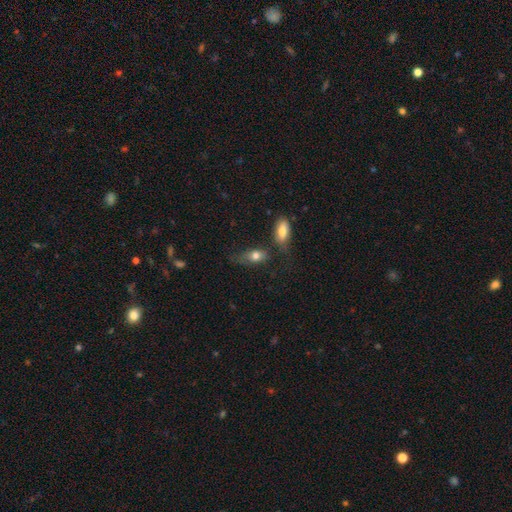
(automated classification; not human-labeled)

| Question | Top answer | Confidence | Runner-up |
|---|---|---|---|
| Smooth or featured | smooth | 77% | featured or disk (15%) |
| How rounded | in between | 83% | round (9%) |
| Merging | none | 44% | minor disturbance (26%) |